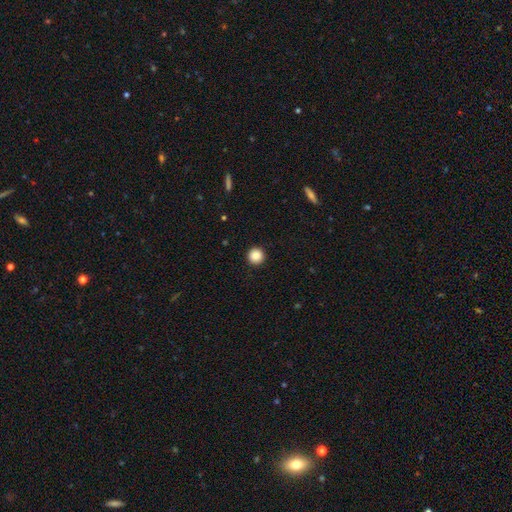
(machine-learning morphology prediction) Q: Smooth or featured?
A: smooth (87%); runner-up: star or artifact (10%)
Q: How rounded?
A: round (96%); runner-up: in between (3%)
Q: Merging?
A: none (93%); runner-up: minor disturbance (4%)